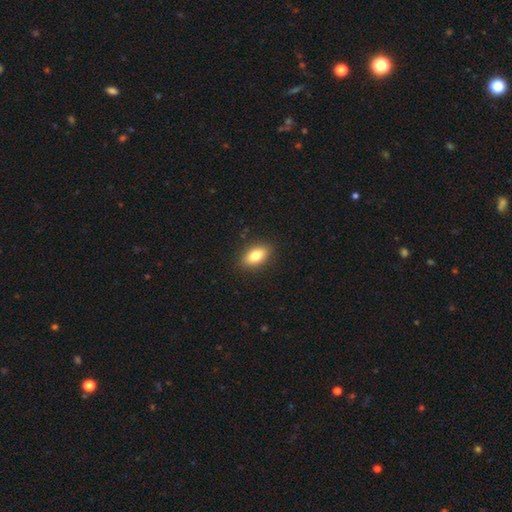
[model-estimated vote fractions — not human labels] Overall: smooth (80%). How rounded: in between (88%). Merging: none (89%).